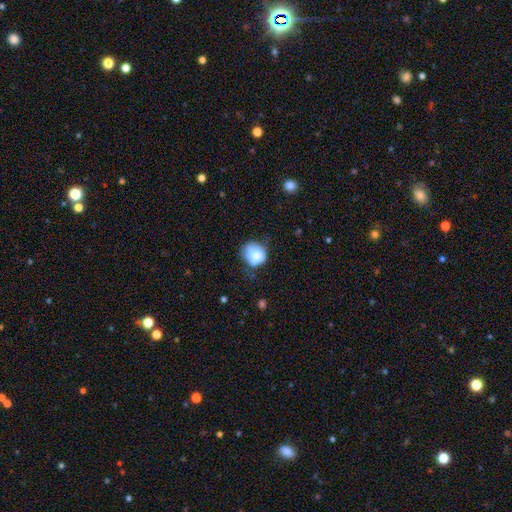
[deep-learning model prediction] Smooth or featured? smooth (76%)
How rounded? round (62%)
Merging? none (43%)